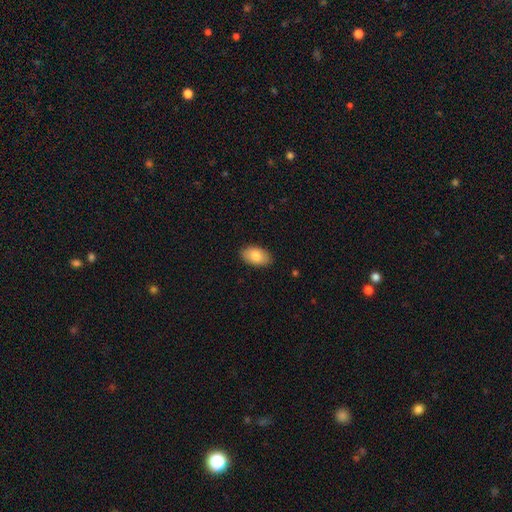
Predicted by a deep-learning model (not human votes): Q: Smooth or featured?
A: smooth (82%); runner-up: featured or disk (12%)
Q: How rounded?
A: in between (93%); runner-up: round (6%)
Q: Merging?
A: none (87%); runner-up: minor disturbance (10%)